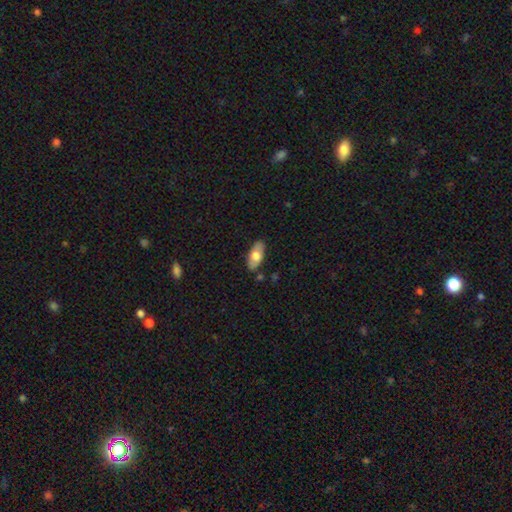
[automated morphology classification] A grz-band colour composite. It shows a smooth galaxy with no disk features (69%) that is in between round and cigar-shaped (89%). Merging: none (84%).